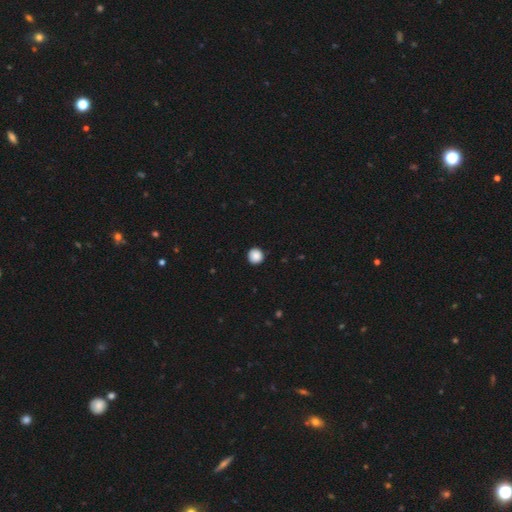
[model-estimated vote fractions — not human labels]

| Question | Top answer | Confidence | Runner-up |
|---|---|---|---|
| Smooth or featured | smooth | 89% | star or artifact (9%) |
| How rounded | round | 94% | in between (5%) |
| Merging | none | 92% | minor disturbance (5%) |